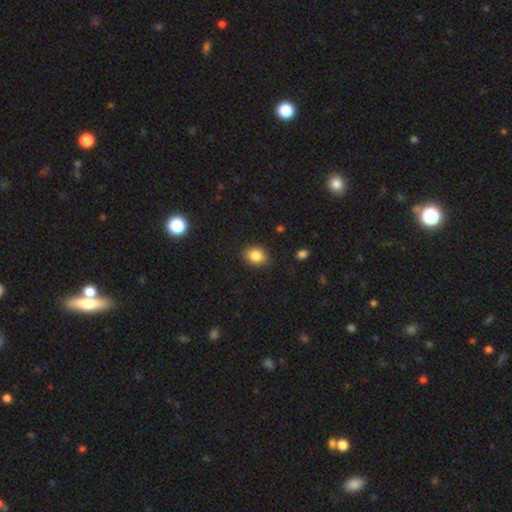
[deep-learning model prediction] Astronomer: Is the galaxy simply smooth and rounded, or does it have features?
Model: smooth — 85%.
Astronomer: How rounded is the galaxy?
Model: in between — 59% (runner-up: round, 40%).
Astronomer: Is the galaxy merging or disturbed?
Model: none — 86%.